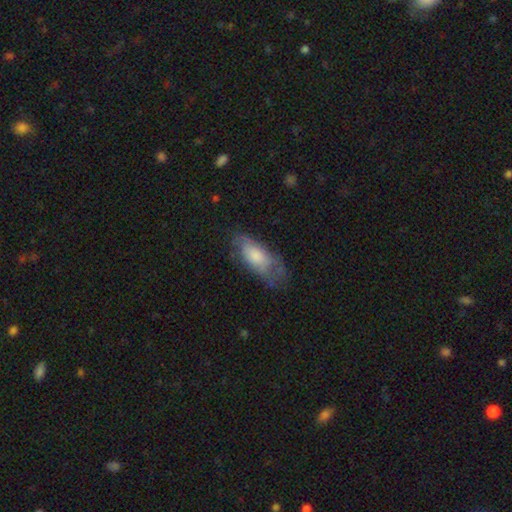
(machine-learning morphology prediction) Q: Smooth or featured?
A: smooth (62%); runner-up: featured or disk (30%)
Q: How rounded?
A: in between (80%); runner-up: cigar-shaped (18%)
Q: Merging?
A: none (50%); runner-up: minor disturbance (31%)